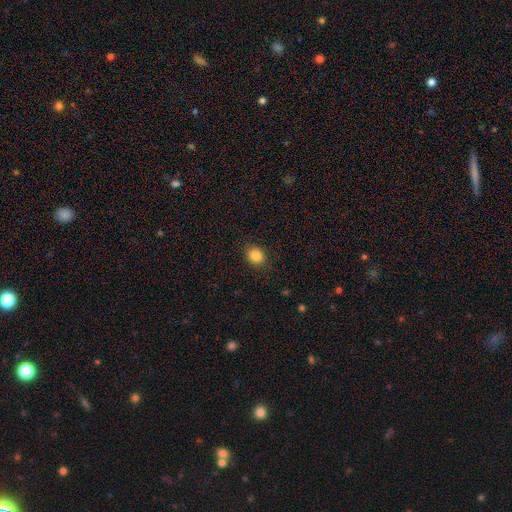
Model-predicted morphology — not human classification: type=smooth (85%); roundness=round (64%); merging=none (89%).